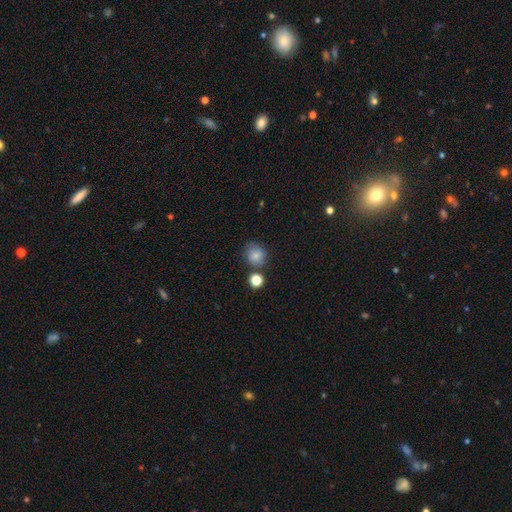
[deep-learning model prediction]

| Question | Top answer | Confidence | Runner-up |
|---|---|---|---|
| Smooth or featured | smooth | 80% | star or artifact (11%) |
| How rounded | round | 73% | in between (26%) |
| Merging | none | 66% | minor disturbance (18%) |